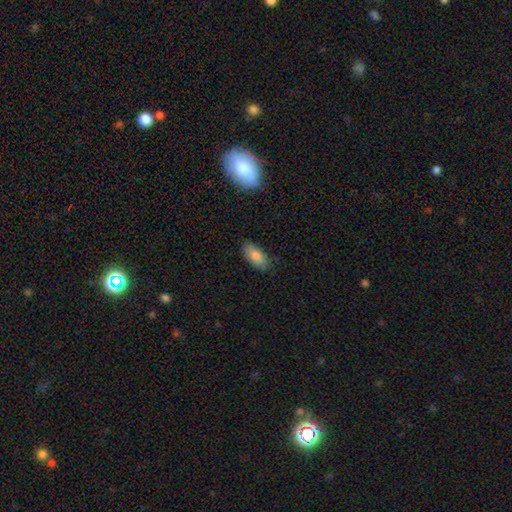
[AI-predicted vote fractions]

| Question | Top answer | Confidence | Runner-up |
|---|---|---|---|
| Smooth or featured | smooth | 83% | featured or disk (10%) |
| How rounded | in between | 90% | cigar-shaped (8%) |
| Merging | none | 84% | minor disturbance (13%) |